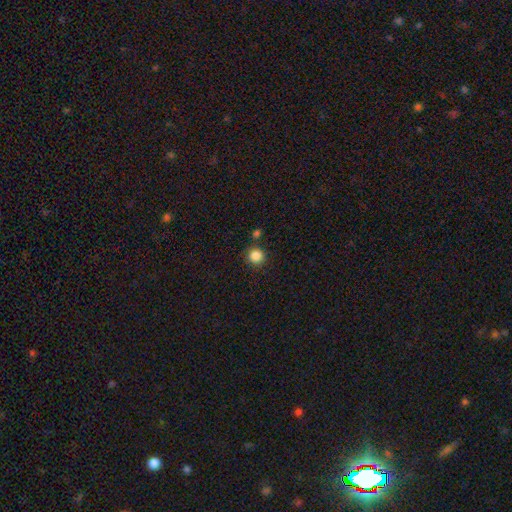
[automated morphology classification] Q: Smooth or featured?
A: smooth (86%); runner-up: star or artifact (10%)
Q: How rounded?
A: round (91%); runner-up: in between (8%)
Q: Merging?
A: none (81%); runner-up: minor disturbance (9%)